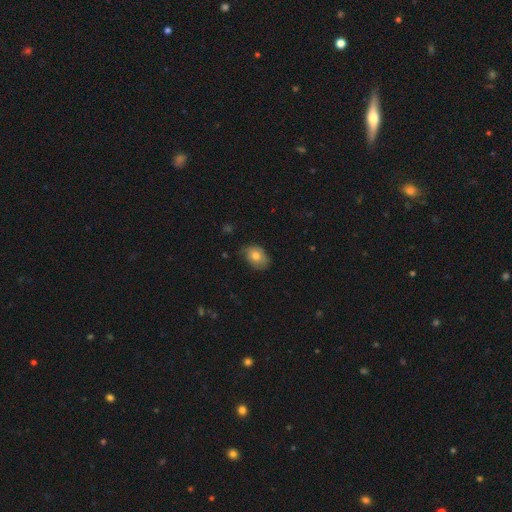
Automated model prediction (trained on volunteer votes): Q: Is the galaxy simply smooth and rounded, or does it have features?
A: smooth — 77%.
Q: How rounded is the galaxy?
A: in between — 72%.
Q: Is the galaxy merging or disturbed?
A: none — 63%.